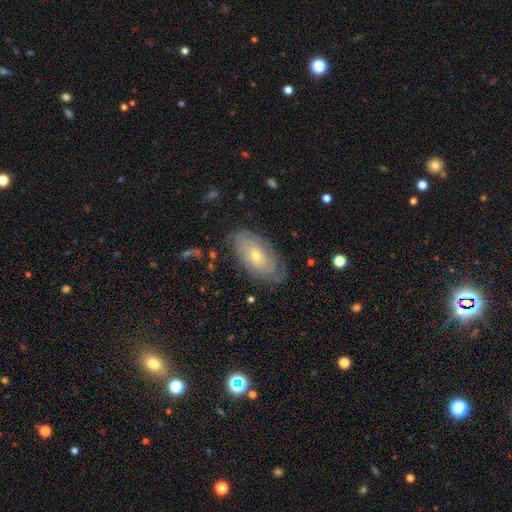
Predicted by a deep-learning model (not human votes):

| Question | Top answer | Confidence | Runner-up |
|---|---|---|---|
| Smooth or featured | featured or disk | 68% | smooth (25%) |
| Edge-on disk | no | 91% | yes (9%) |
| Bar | no | 78% | weak (18%) |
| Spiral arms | yes | 81% | no (19%) |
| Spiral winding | tight | 75% | medium (18%) |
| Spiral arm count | can't tell | 61% | 2 (19%) |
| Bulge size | small | 53% | moderate (44%) |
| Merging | none | 75% | minor disturbance (18%) |